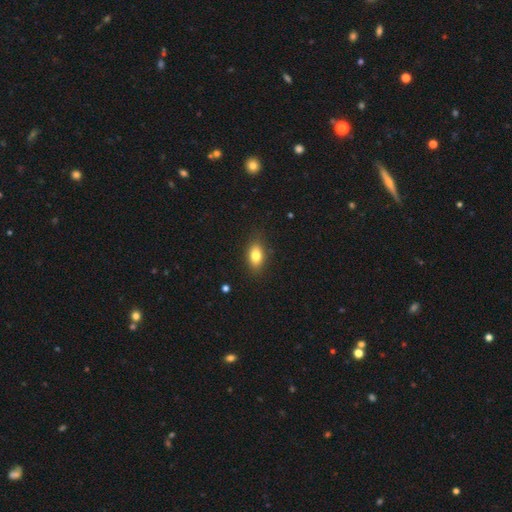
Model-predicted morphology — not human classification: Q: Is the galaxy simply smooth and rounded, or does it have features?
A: smooth — 80%.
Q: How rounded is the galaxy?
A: in between — 84%.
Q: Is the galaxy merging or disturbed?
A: none — 85%.